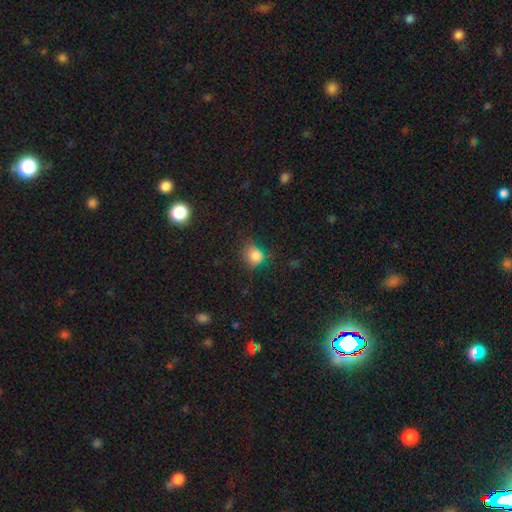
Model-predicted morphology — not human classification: Smooth or featured? Predicted: smooth (p=0.80). How rounded? Predicted: round (p=0.71). Merging? Predicted: none (p=0.63).